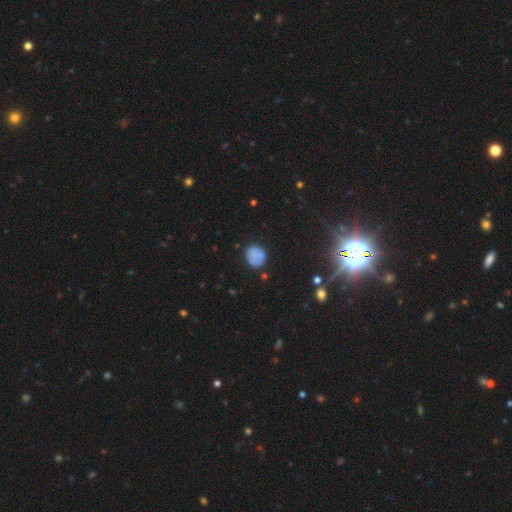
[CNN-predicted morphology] This appears to be a smooth galaxy with no disk features (74%) that is round (62%). Merging: none (67%).